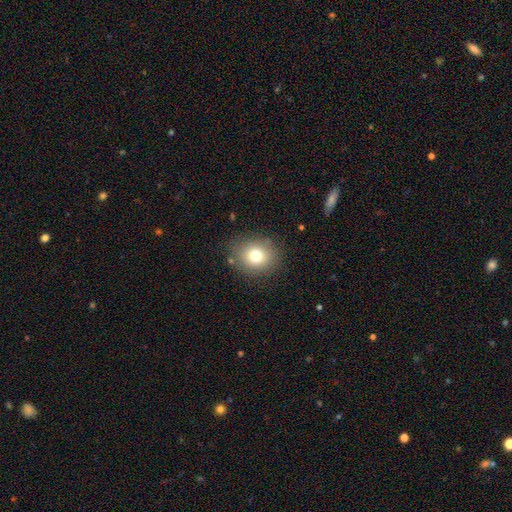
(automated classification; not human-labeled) Smooth or featured? smooth (75%)
How rounded? round (79%)
Merging? none (84%)